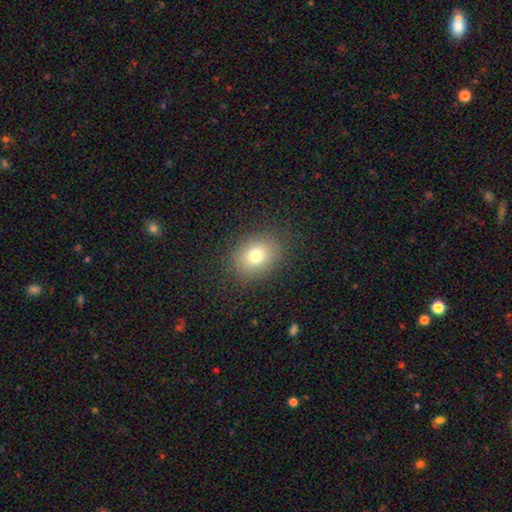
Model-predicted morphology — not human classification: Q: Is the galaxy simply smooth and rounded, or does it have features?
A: smooth — 77%.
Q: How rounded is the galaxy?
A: in between — 56%.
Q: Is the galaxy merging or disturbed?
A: none — 86%.